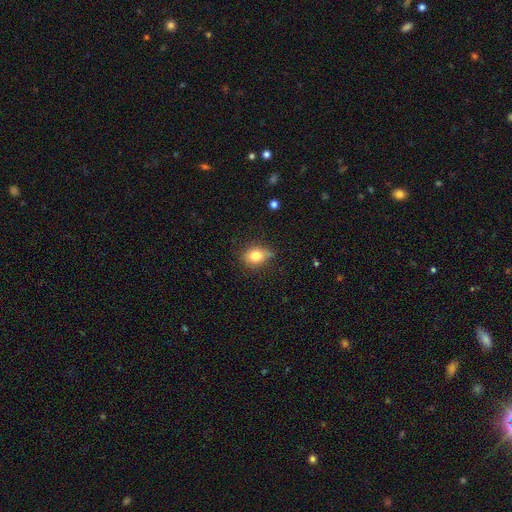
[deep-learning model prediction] This is likely a smooth galaxy (78%). How rounded: possibly round (51%). Merging: possibly none (59%).